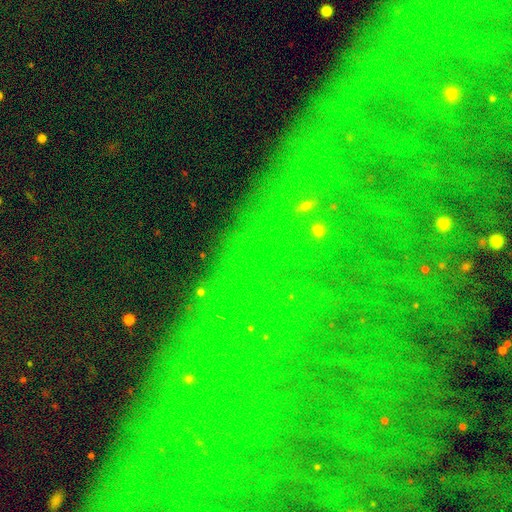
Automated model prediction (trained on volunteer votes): Q: Smooth or featured?
A: star or artifact (82%); runner-up: featured or disk (9%)